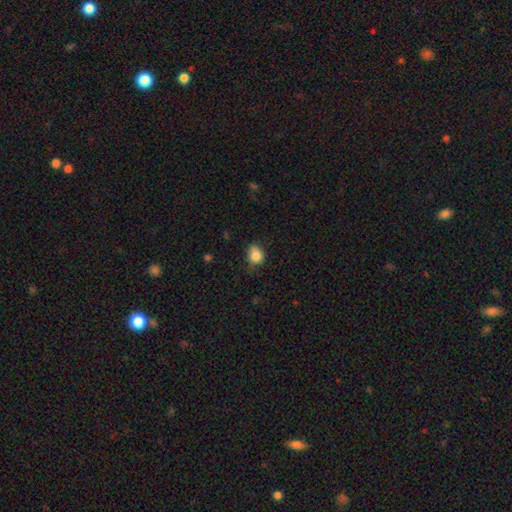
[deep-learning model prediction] Overall: smooth (84%). How rounded: round (57%; in between 42%). Merging: none (58%; minor disturbance 32%).